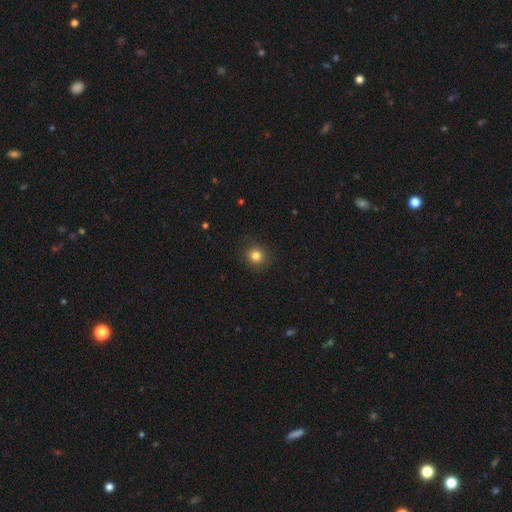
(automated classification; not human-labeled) smooth_or_featured: smooth (p=0.82) [alt: star or artifact p=0.12]
how_rounded: round (p=0.90) [alt: in between p=0.09]
merging: none (p=0.90) [alt: minor disturbance p=0.06]